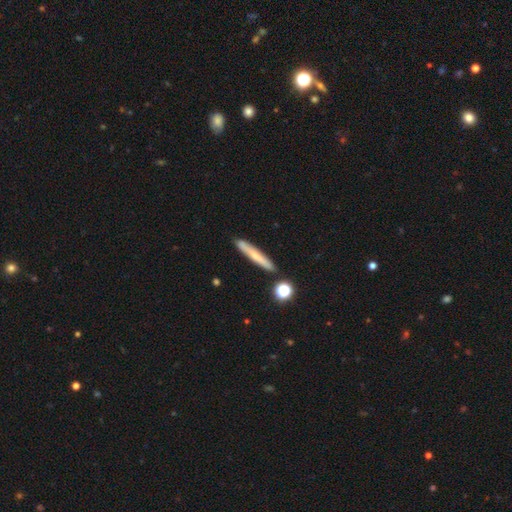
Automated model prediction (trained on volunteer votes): Q: Smooth or featured?
A: smooth (58%); runner-up: featured or disk (34%)
Q: How rounded?
A: cigar-shaped (94%); runner-up: in between (4%)
Q: Merging?
A: none (86%); runner-up: minor disturbance (9%)